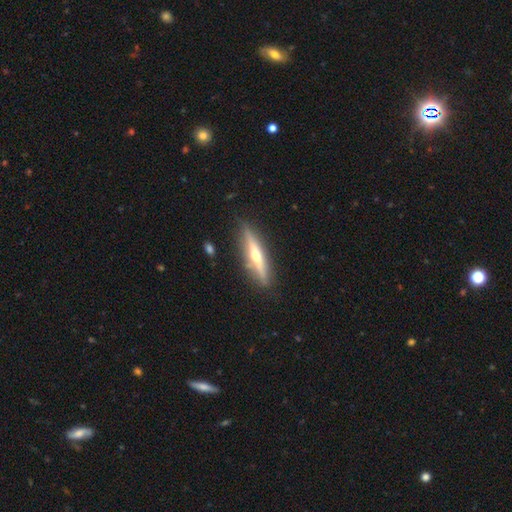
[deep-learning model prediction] smooth-or-featured: featured or disk: 70% | smooth: 25% | star or artifact: 6%
  disk-edge-on: yes: 95% | no: 5%
    edge-on-bulge: rounded: 90% | none: 7% | boxy: 3%
  merging: none: 87% | minor disturbance: 9% | major disturbance: 2% | merger: 2%